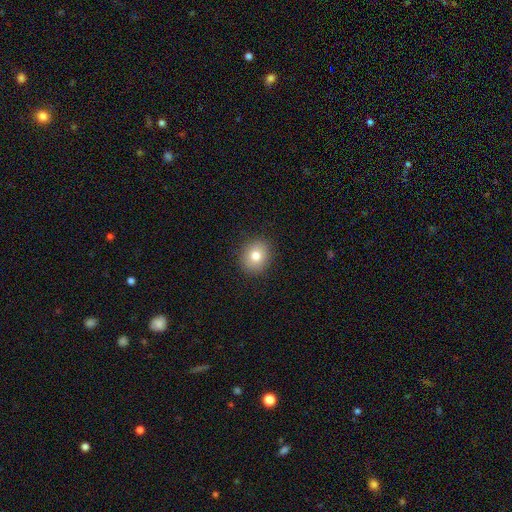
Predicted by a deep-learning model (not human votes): Smooth or featured? Predicted: smooth (p=0.79). How rounded? Predicted: round (p=0.72). Merging? Predicted: none (p=0.89).